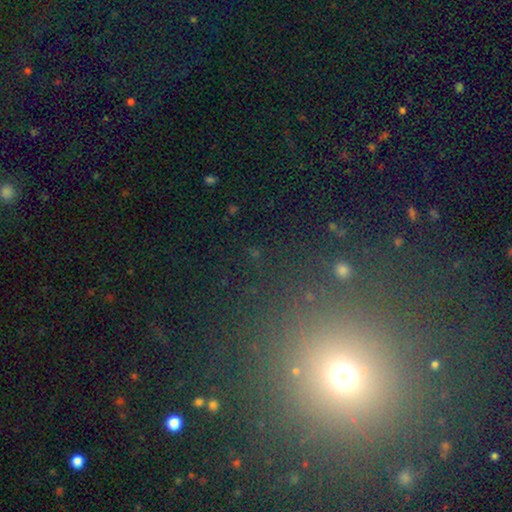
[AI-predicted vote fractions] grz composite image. It shows a star or artifact, not a galaxy (56%).